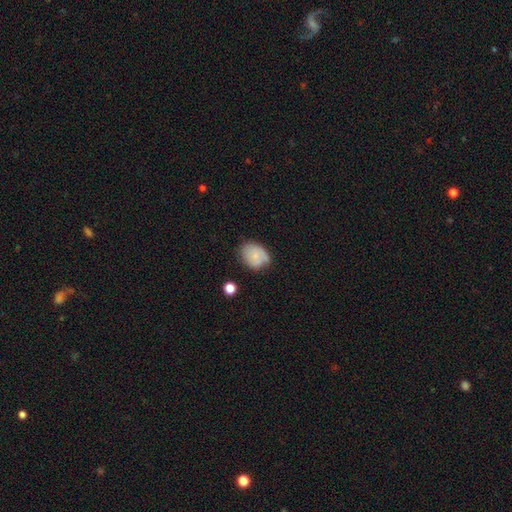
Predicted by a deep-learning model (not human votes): Smooth or featured? smooth (71%)
How rounded? in between (66%)
Merging? none (55%)